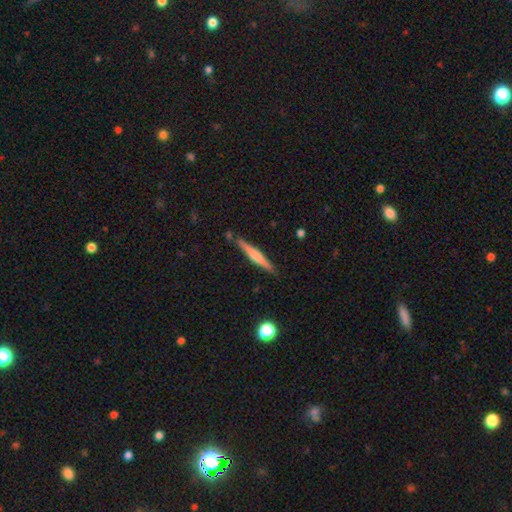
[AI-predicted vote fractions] Q: Smooth or featured?
A: featured or disk (50%); runner-up: smooth (45%)
Q: Merging?
A: none (85%); runner-up: minor disturbance (10%)